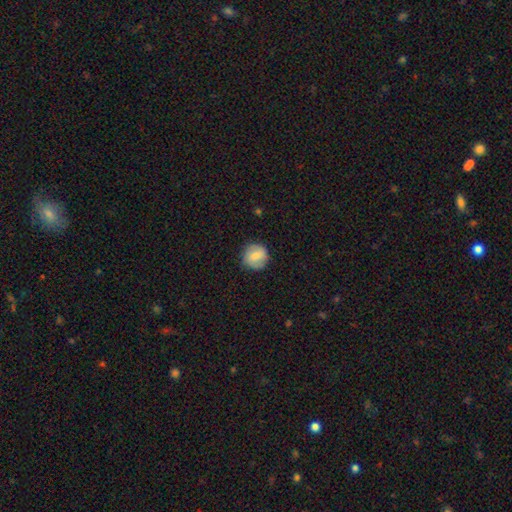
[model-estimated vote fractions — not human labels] smooth-or-featured: smooth: 69% | featured or disk: 24% | star or artifact: 7%
  how-rounded: round: 91% | in between: 8% | cigar-shaped: 1%
  merging: none: 83% | minor disturbance: 13% | major disturbance: 3% | merger: 1%